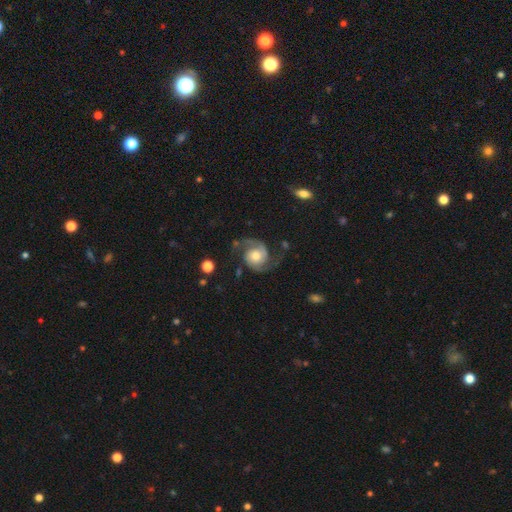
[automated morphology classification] Smooth or featured? Predicted: featured or disk (p=0.88). Edge-on disk? Predicted: no (p=0.98). Bar? Predicted: no (p=0.74). Spiral arms? Predicted: yes (p=0.98). Spiral winding? Predicted: medium (p=0.52). Spiral arm count? Predicted: 2 (p=0.93). Bulge size? Predicted: moderate (p=0.59). Merging? Predicted: none (p=0.74).